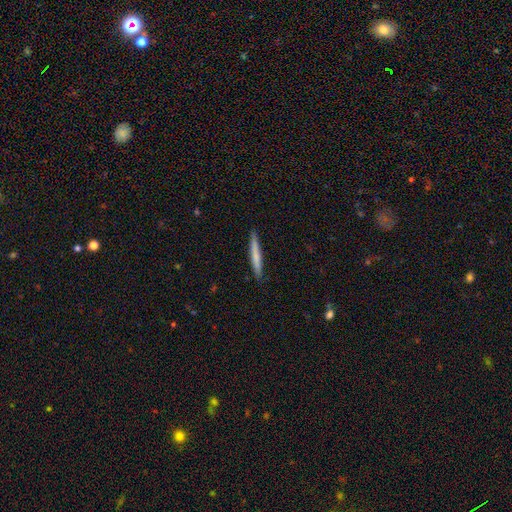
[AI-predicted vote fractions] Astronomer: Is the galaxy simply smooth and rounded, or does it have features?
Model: smooth — 69%.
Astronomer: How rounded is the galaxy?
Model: cigar-shaped — 96%.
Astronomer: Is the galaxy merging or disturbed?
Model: none — 89%.